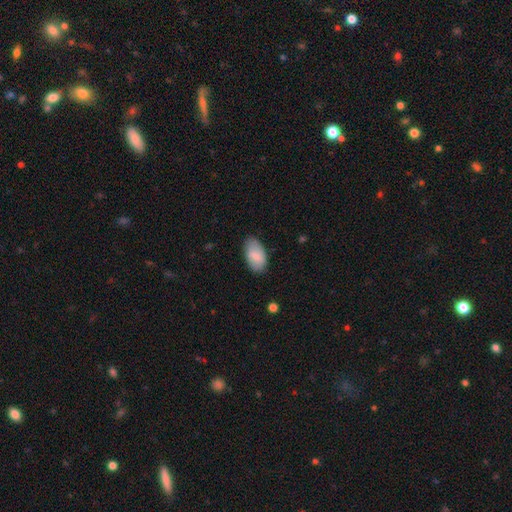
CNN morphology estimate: Overall: smooth (80%). How rounded: in between (95%). Merging: none (78%).